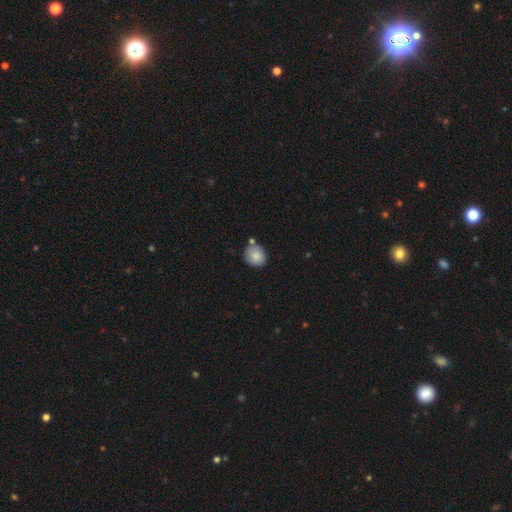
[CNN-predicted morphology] The model was most divided on "how rounded": round: 73%, in between: 26%, cigar-shaped: 1%. More confident: smooth or featured — smooth (83%); merging — none (66%).